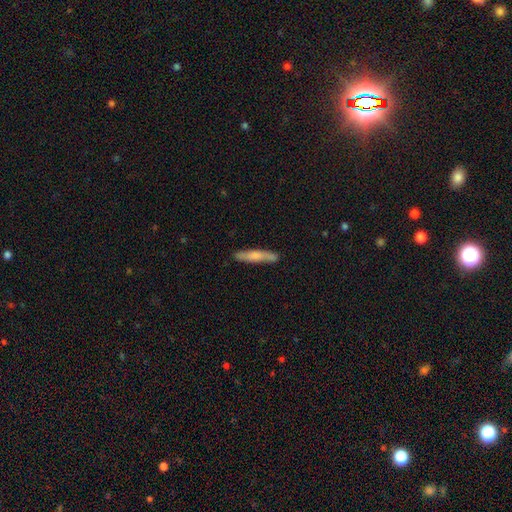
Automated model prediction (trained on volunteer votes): Smooth or featured: smooth — 63% (featured or disk — 32%)
How rounded: cigar-shaped — 90% (in between — 8%)
Merging: none — 83% (minor disturbance — 13%)